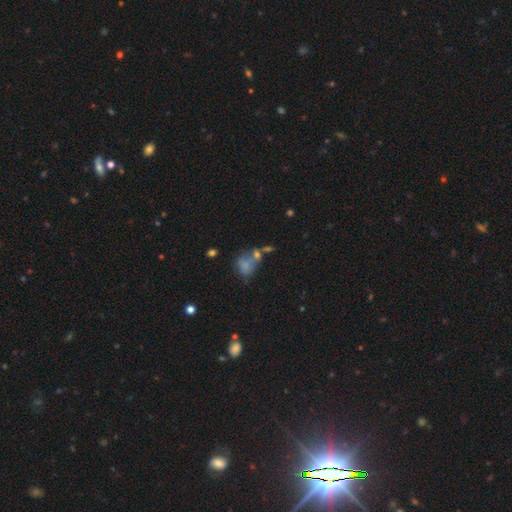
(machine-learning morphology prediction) Smooth or featured? smooth (53%)
How rounded? in between (50%)
Merging? none (42%)